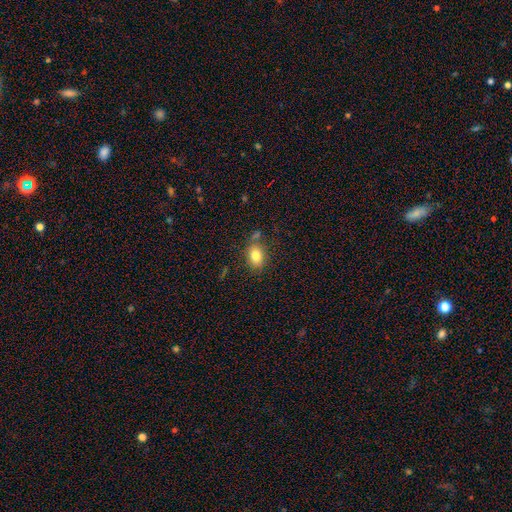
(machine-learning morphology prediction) Smooth or featured: smooth — 81% (star or artifact — 10%)
How rounded: in between — 72% (round — 26%)
Merging: none — 73% (minor disturbance — 15%)